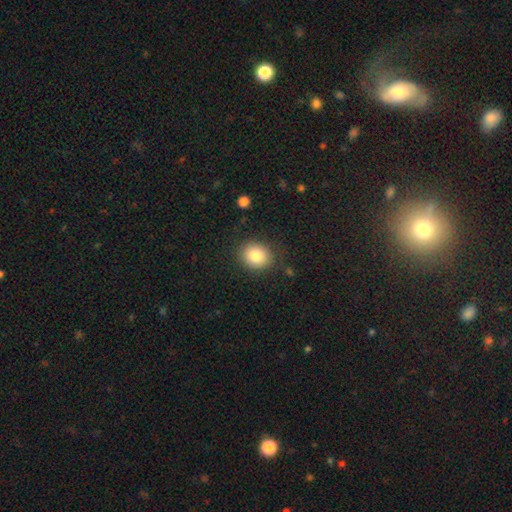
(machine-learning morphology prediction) smooth 83%, star or artifact 9%, featured or disk 7%. Down the decision tree: how rounded — round (69%); merging — none (86%).